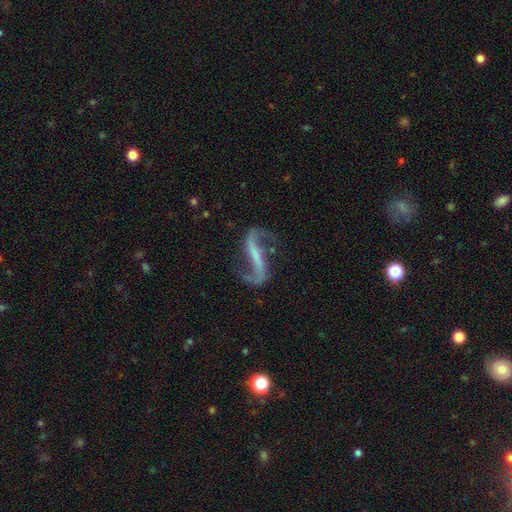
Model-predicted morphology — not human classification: Smooth or featured? featured or disk (89%)
Edge-on disk? no (94%)
Bar? strong (59%)
Spiral arms? yes (96%)
Spiral winding? loose (85%)
Spiral arm count? 2 (93%)
Bulge size? none (54%)
Merging? none (75%)